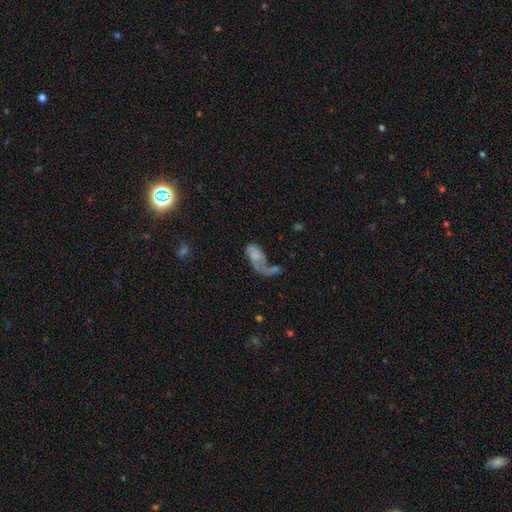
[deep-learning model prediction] A featured or disk galaxy (47%). Merging: major disturbance (46%).